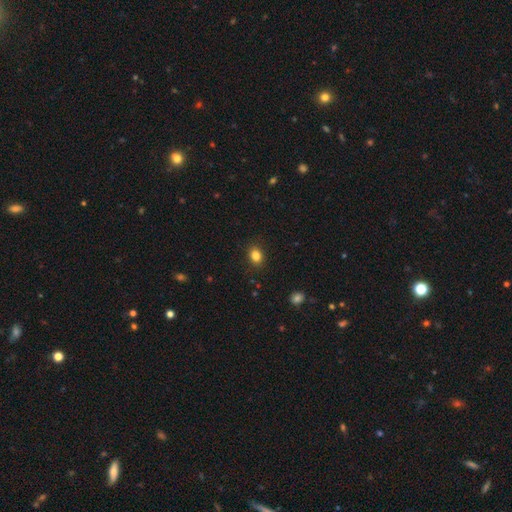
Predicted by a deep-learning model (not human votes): Morphology: type=smooth (84%); roundness=in between (53%); merging=none (88%).